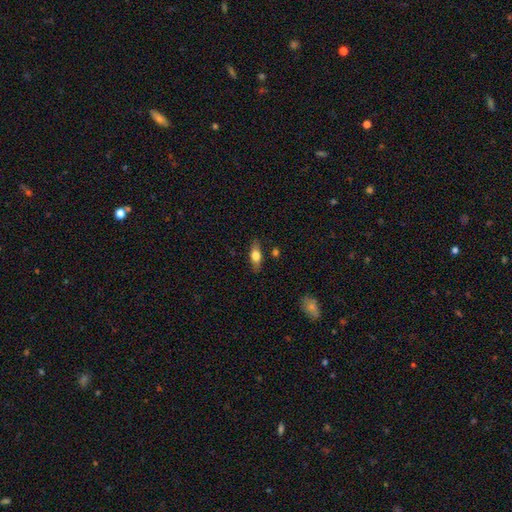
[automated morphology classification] A smooth galaxy with no disk features (67%) that is in between round and cigar-shaped (74%).

Vote fractions:
- Smooth or featured? smooth: 67% / featured or disk: 26% / star or artifact: 7%
- How rounded? in between: 74% / cigar-shaped: 22% / round: 5%
- Merging? none: 82% / minor disturbance: 13% / major disturbance: 3% / merger: 2%